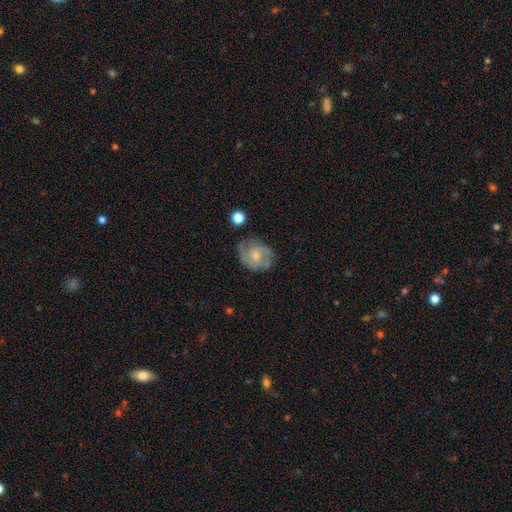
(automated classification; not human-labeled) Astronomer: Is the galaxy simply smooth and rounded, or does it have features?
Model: featured or disk — 65%.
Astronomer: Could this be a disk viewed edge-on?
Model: no — 98%.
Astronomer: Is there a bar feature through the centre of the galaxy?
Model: no — 70%.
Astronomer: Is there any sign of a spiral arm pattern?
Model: yes — 87%.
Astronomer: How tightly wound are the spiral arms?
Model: medium — 46% (runner-up: tight, 36%).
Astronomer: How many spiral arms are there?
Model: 2 — 51%.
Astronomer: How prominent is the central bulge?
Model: small — 58% (runner-up: moderate, 34%).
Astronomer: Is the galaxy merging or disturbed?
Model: none — 65%.